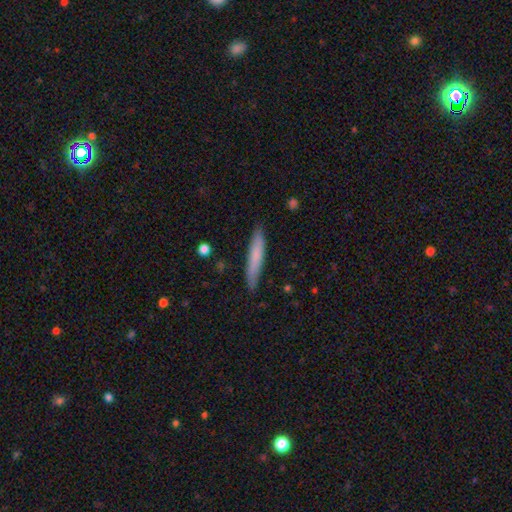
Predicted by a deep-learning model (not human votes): smooth-or-featured: smooth: 73% | featured or disk: 21% | star or artifact: 6%
  how-rounded: cigar-shaped: 93% | in between: 6% | round: 1%
  merging: none: 85% | minor disturbance: 11% | major disturbance: 2% | merger: 1%